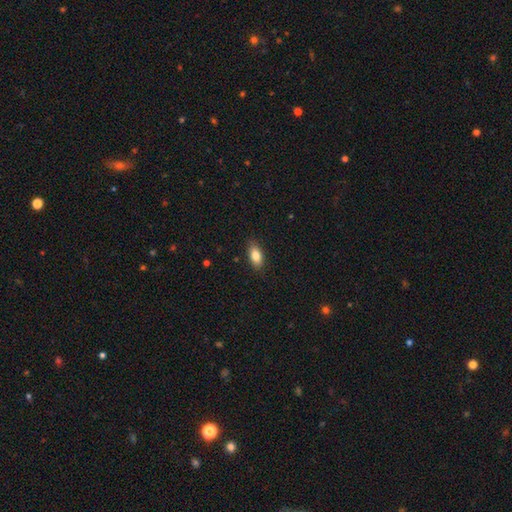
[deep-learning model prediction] The model was most divided on "smooth or featured": smooth: 82%, featured or disk: 11%, star or artifact: 7%. More confident: how rounded — in between (87%); merging — none (86%).